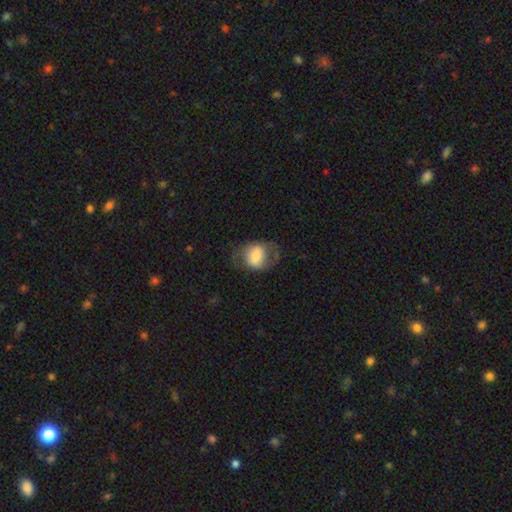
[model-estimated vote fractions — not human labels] smooth_or_featured: smooth (p=0.57) [alt: featured or disk p=0.36]
how_rounded: in between (p=0.63) [alt: round p=0.36]
merging: none (p=0.60) [alt: minor disturbance p=0.20]